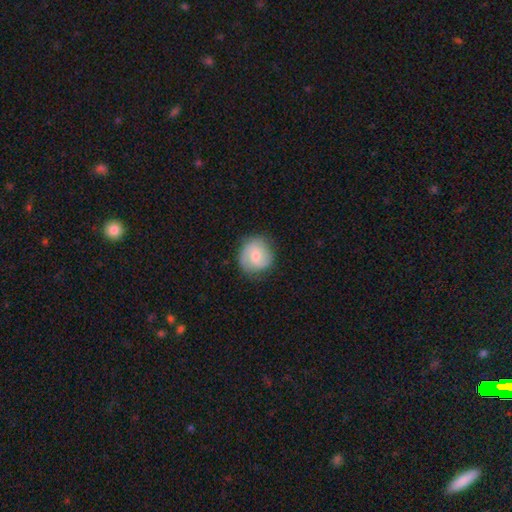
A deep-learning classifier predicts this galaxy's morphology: smooth_or_featured: smooth (p=0.47) [alt: featured or disk p=0.46]
merging: none (p=0.79) [alt: minor disturbance p=0.15]